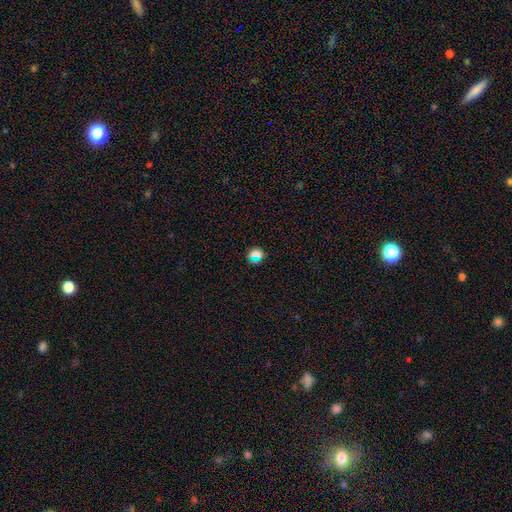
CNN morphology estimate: Smooth or featured? smooth (65%)
How rounded? round (67%)
Merging? none (79%)